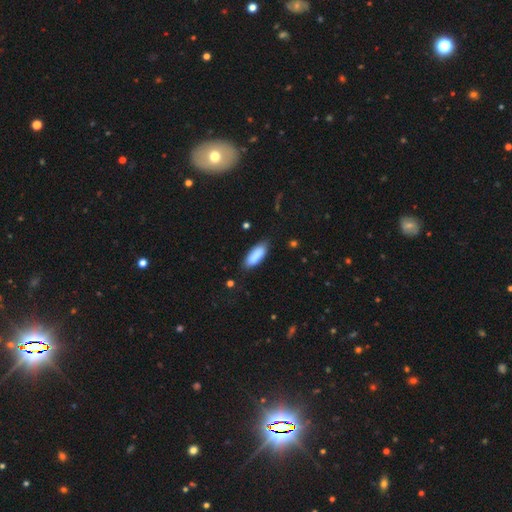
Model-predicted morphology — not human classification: Smooth or featured? Predicted: smooth (p=0.88). How rounded? Predicted: in between (p=0.74). Merging? Predicted: none (p=0.81).